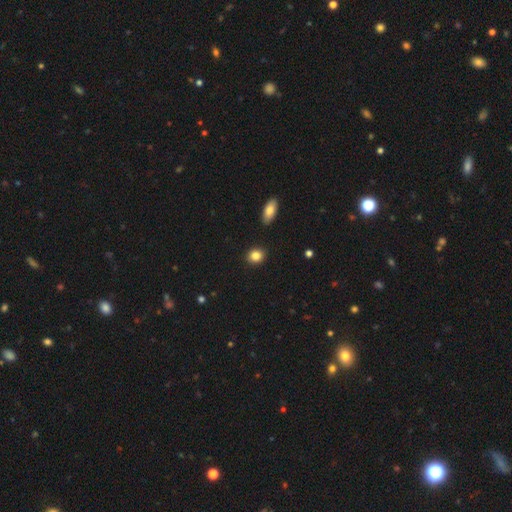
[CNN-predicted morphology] The model was most divided on "how rounded": round: 65%, in between: 33%, cigar-shaped: 1%. More confident: merging — none (90%); smooth or featured — smooth (85%).